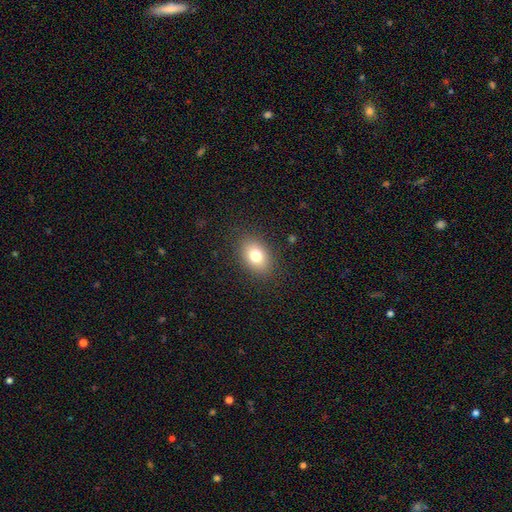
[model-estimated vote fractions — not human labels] smooth_or_featured: smooth (p=0.79) [alt: featured or disk p=0.12]
how_rounded: in between (p=0.79) [alt: round p=0.20]
merging: none (p=0.86) [alt: minor disturbance p=0.10]